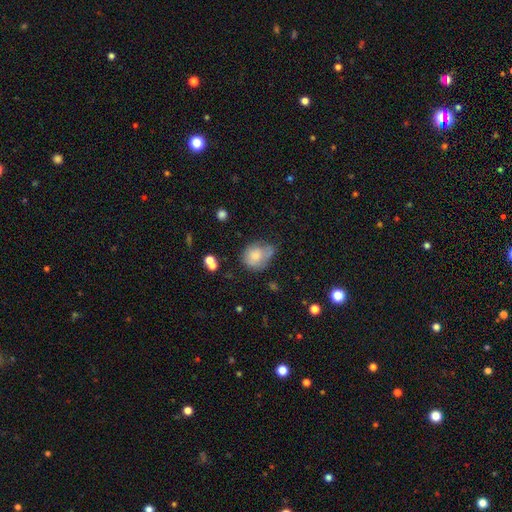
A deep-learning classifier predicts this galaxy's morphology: A smooth galaxy with no disk features (72%) that is round (58%). Merging: minor disturbance (36%).